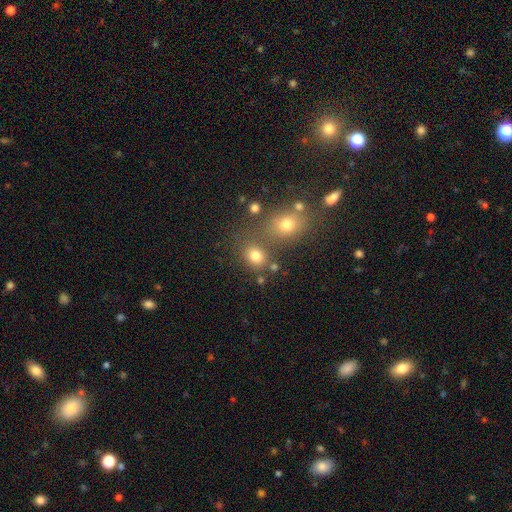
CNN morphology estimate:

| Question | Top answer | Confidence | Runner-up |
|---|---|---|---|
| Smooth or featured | smooth | 75% | star or artifact (16%) |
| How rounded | round | 59% | in between (39%) |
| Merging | none | 62% | merger (21%) |